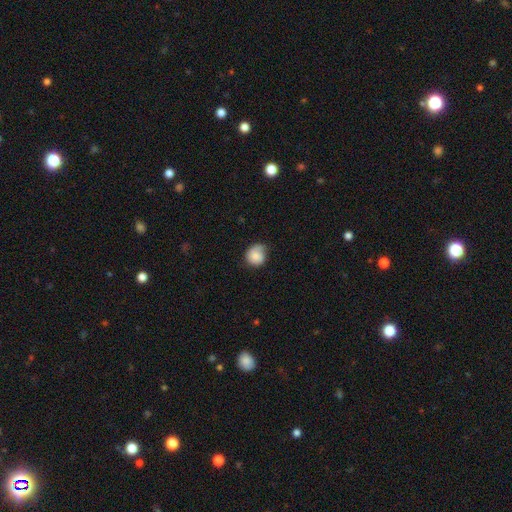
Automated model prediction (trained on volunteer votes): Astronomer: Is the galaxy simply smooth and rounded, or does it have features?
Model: smooth — 75%.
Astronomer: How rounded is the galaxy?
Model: round — 80%.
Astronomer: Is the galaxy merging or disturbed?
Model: none — 56% (runner-up: minor disturbance, 33%).